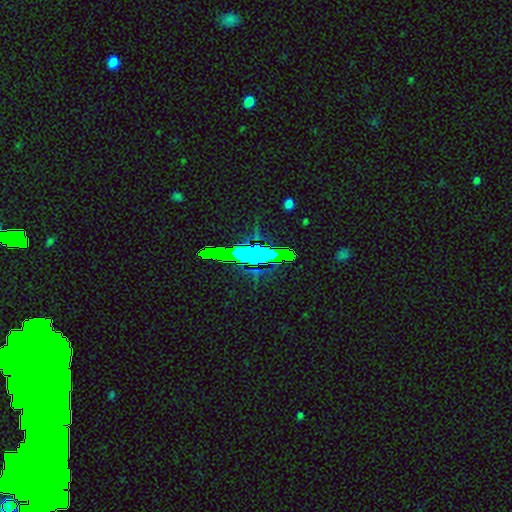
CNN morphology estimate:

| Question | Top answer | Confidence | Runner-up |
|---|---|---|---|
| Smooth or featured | star or artifact | 62% | smooth (22%) |